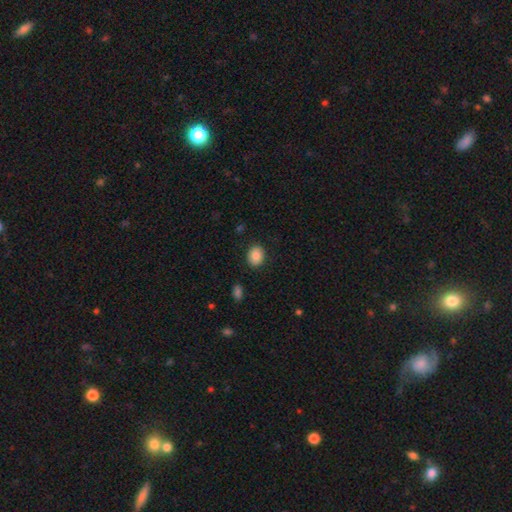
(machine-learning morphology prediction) This is clearly a smooth galaxy (84%). How rounded: possibly round (51%). Merging: clearly none (88%).